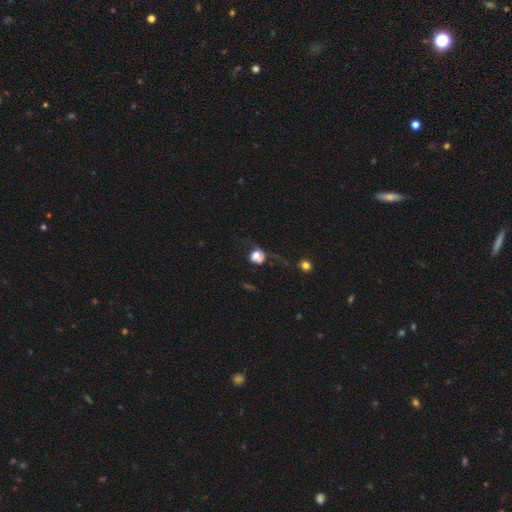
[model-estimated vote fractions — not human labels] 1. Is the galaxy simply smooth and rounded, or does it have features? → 67% smooth, 22% featured or disk, 11% star or artifact.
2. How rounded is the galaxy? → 68% round, 31% in between, 2% cigar-shaped.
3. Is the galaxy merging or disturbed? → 42% major disturbance, 27% none, 19% minor disturbance, 11% merger.